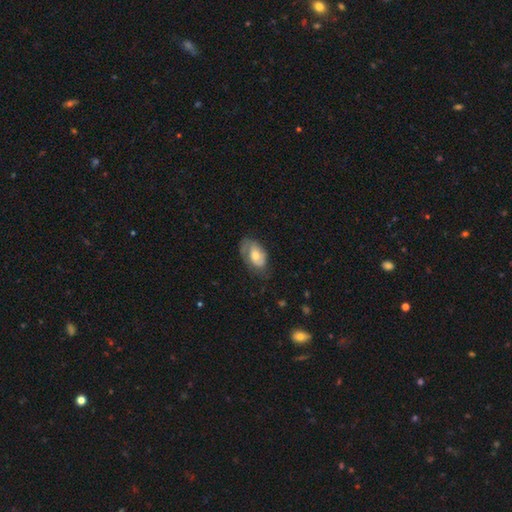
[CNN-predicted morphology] The model was most divided on "smooth or featured": featured or disk: 53%, smooth: 40%, star or artifact: 7%. More confident: edge-on disk — no (94%); merging — none (57%).